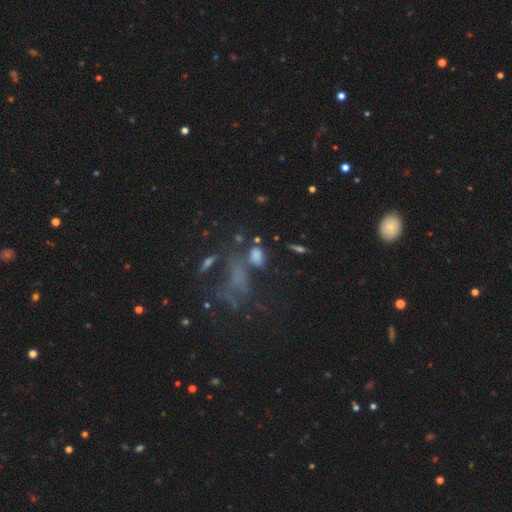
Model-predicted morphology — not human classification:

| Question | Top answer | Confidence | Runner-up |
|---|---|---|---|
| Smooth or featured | smooth | 58% | star or artifact (26%) |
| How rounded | in between | 61% | round (29%) |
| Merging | none | 51% | merger (18%) |